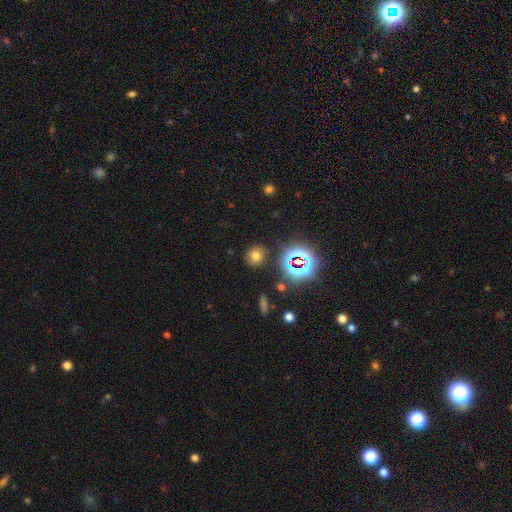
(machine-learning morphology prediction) smooth-or-featured: smooth: 66% | star or artifact: 25% | featured or disk: 9%
  how-rounded: round: 83% | in between: 16% | cigar-shaped: 1%
  merging: none: 85% | minor disturbance: 9% | major disturbance: 3% | merger: 3%